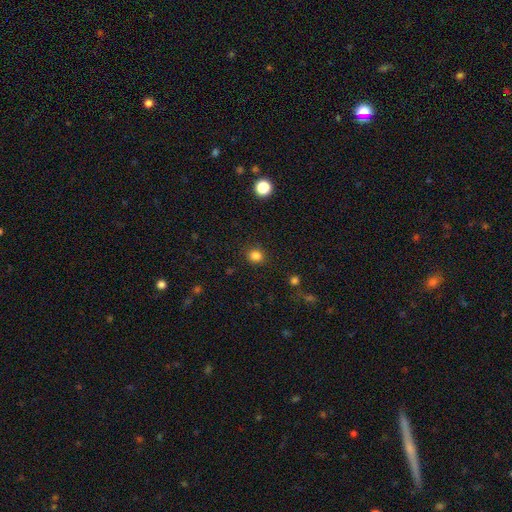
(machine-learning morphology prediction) smooth_or_featured: smooth (p=0.84) [alt: star or artifact p=0.13]
how_rounded: round (p=0.84) [alt: in between p=0.15]
merging: none (p=0.89) [alt: minor disturbance p=0.07]